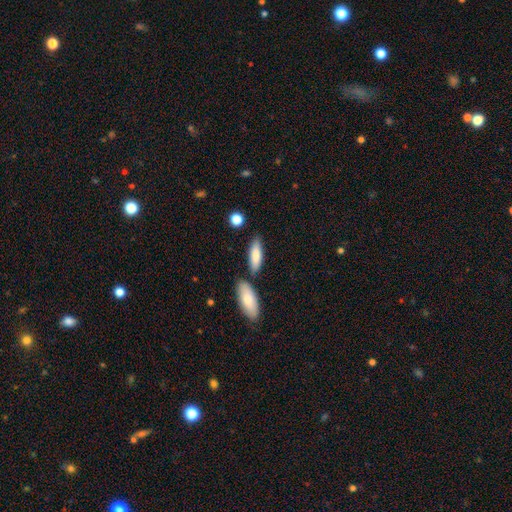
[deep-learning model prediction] smooth 83%, featured or disk 11%, star or artifact 5%. Down the decision tree: how rounded — in between (59%); merging — none (73%).